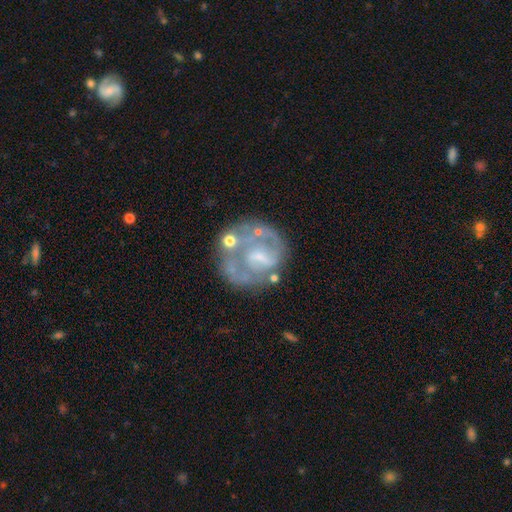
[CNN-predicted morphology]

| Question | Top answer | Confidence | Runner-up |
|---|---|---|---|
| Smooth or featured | featured or disk | 73% | smooth (19%) |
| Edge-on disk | no | 98% | yes (2%) |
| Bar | no | 50% | weak (39%) |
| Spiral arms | yes | 54% | no (46%) |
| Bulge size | small | 40% | none (32%) |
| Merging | none | 52% | major disturbance (20%) |